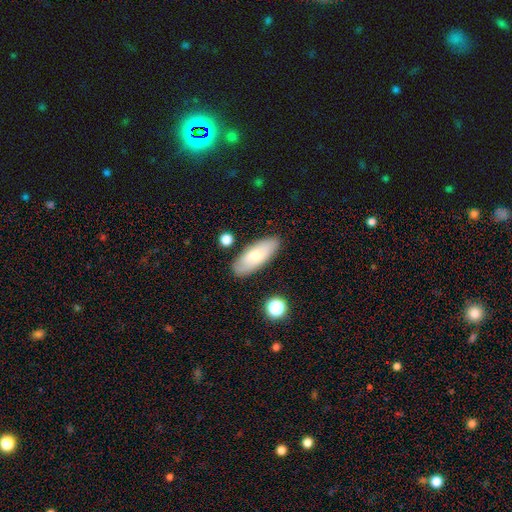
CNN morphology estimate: type=smooth (63%); roundness=in between (80%); merging=none (84%).